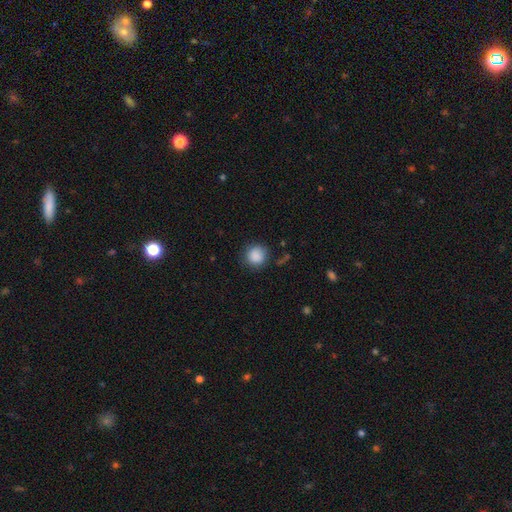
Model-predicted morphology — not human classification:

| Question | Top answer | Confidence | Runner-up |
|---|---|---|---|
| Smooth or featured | smooth | 88% | star or artifact (8%) |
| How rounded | round | 88% | in between (11%) |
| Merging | none | 79% | minor disturbance (15%) |